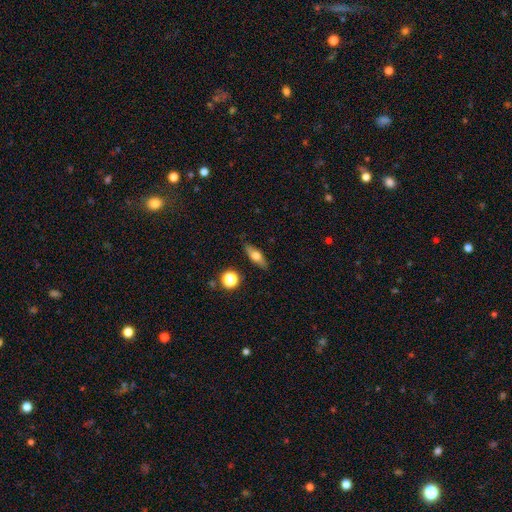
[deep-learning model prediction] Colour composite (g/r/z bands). It shows a smooth galaxy with no disk features (59%) that is in between round and cigar-shaped (55%). Merging: none (84%).